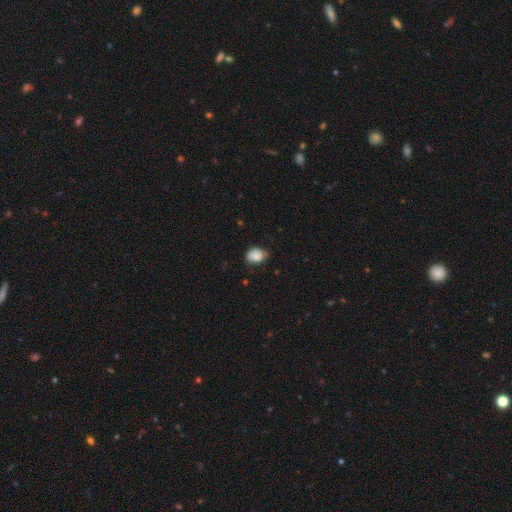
A smooth galaxy with no disk features (85%) that is in between round and cigar-shaped (61%).

Vote fractions:
- Smooth or featured? smooth: 85% / star or artifact: 10% / featured or disk: 5%
- How rounded? in between: 61% / round: 39% / cigar-shaped: 0%
- Merging? none: 54% / minor disturbance: 34% / major disturbance: 11% / merger: 0%